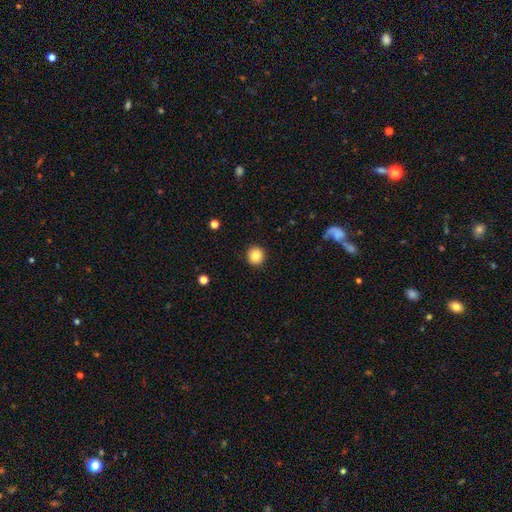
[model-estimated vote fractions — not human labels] Overall: smooth (85%). How rounded: round (93%). Merging: none (92%).